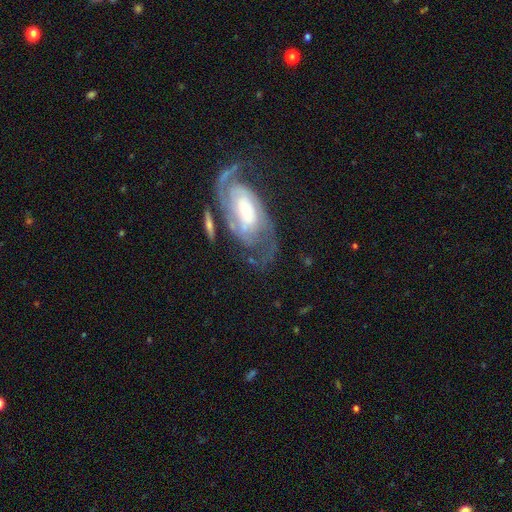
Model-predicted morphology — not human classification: Overall: featured or disk (86%). Edge-on disk: no (95%). Bar: no (39%; weak 38%). Spiral arms: yes (94%). Spiral arm count: 2 (82%). Spiral winding: medium (46%; tight 40%). Bulge size: moderate (53%; small 22%). Merging: none (72%).